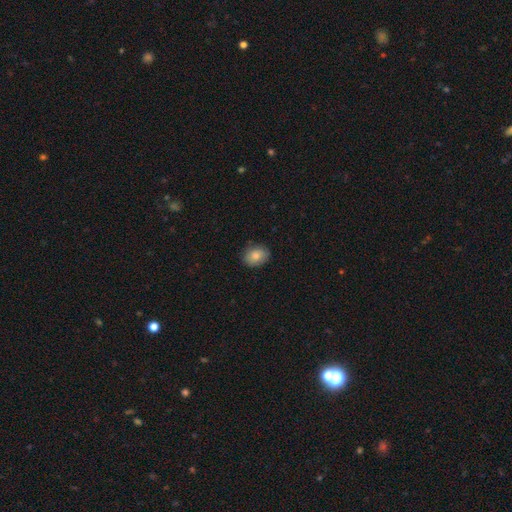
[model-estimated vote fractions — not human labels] Smooth or featured? smooth (83%)
How rounded? in between (66%)
Merging? none (85%)